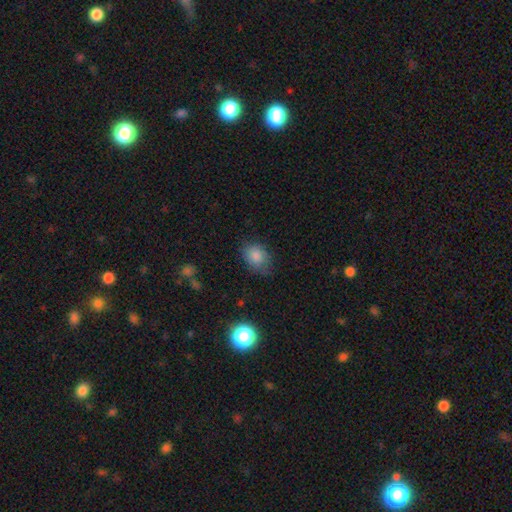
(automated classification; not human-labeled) smooth 83%, star or artifact 11%, featured or disk 6%. Down the decision tree: how rounded — in between (61%); merging — none (71%).